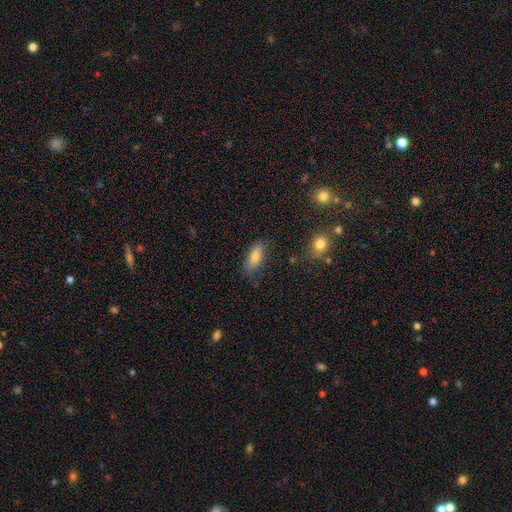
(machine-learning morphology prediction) Q: Smooth or featured?
A: smooth (75%); runner-up: featured or disk (17%)
Q: How rounded?
A: in between (76%); runner-up: cigar-shaped (20%)
Q: Merging?
A: none (69%); runner-up: minor disturbance (22%)